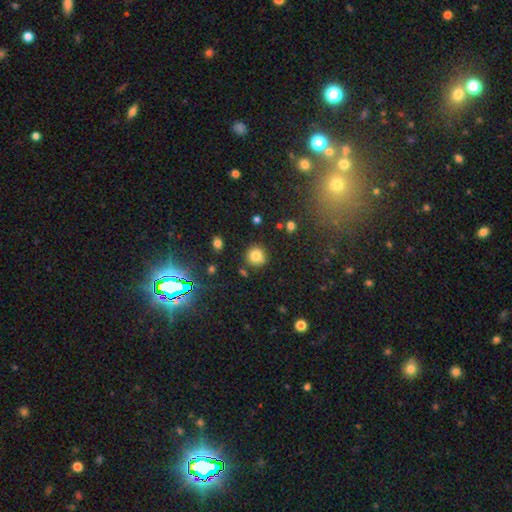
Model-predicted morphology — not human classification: This appears to be a smooth galaxy with no disk features (80%) that is round (91%). Merging: none (84%).